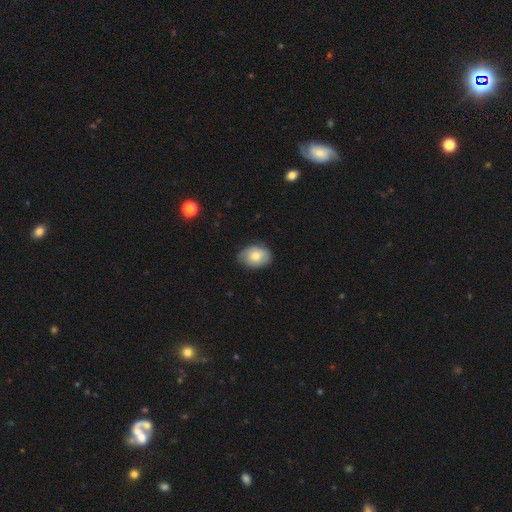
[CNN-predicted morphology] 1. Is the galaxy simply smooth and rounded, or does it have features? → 72% smooth, 21% featured or disk, 7% star or artifact.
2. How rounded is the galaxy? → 76% in between, 23% round, 1% cigar-shaped.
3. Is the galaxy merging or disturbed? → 76% none, 20% minor disturbance, 3% major disturbance, 1% merger.